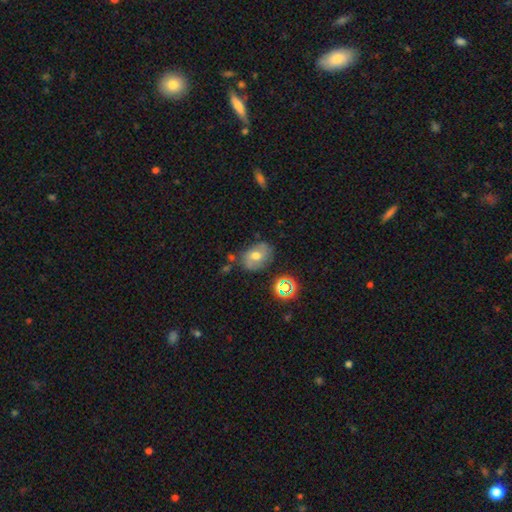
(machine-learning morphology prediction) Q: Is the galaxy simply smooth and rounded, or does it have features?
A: smooth — 58%.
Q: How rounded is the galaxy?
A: in between — 66%.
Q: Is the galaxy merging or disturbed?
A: none — 69%.